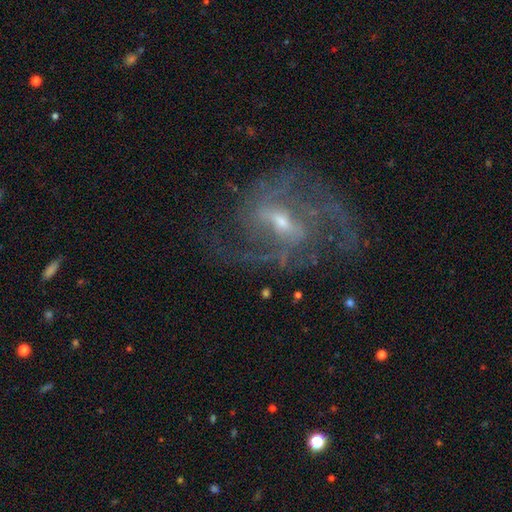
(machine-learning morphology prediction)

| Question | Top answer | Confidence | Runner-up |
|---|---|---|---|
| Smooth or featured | featured or disk | 86% | star or artifact (9%) |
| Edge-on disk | no | 96% | yes (4%) |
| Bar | weak | 52% | strong (30%) |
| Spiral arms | yes | 95% | no (5%) |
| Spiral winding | medium | 52% | tight (26%) |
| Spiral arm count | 2 | 45% | 3 (20%) |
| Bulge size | small | 56% | moderate (38%) |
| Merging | none | 68% | minor disturbance (16%) |